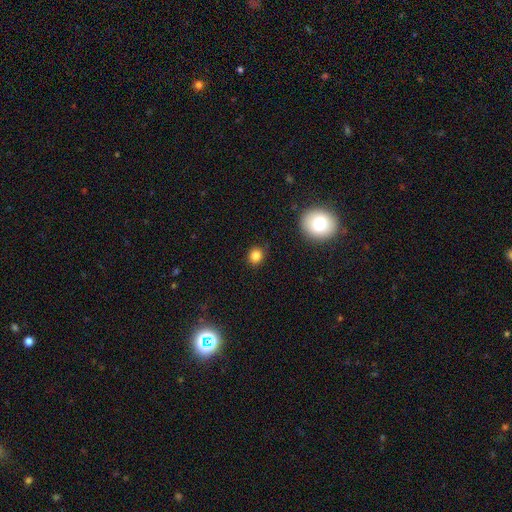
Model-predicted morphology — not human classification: smooth-or-featured: smooth: 83% | star or artifact: 13% | featured or disk: 5%
  how-rounded: round: 80% | in between: 19% | cigar-shaped: 1%
  merging: none: 86% | minor disturbance: 10% | major disturbance: 3% | merger: 1%